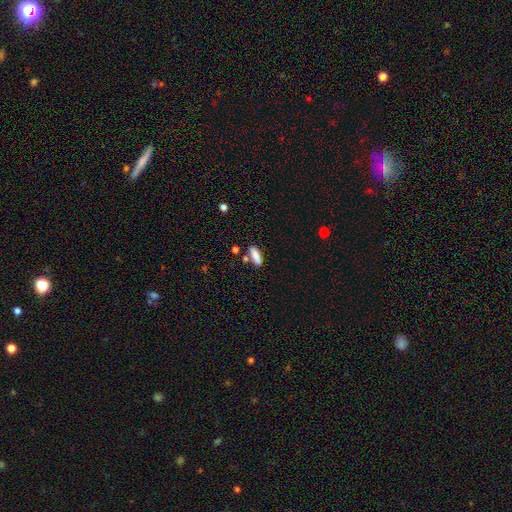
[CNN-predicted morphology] Q: Smooth or featured?
A: smooth (86%); runner-up: star or artifact (8%)
Q: How rounded?
A: in between (63%); runner-up: cigar-shaped (35%)
Q: Merging?
A: none (72%); runner-up: minor disturbance (14%)